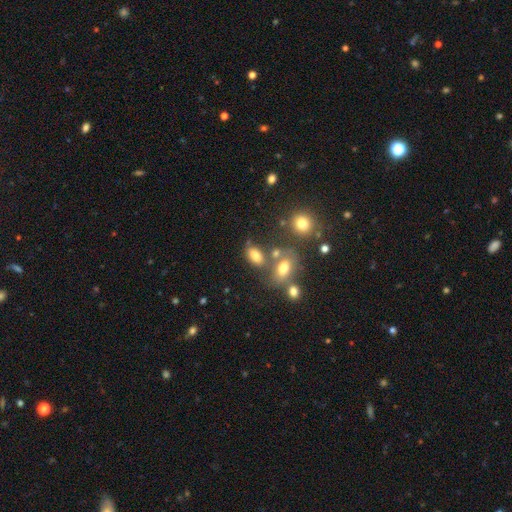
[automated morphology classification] Q: Smooth or featured?
A: smooth (75%); runner-up: star or artifact (14%)
Q: How rounded?
A: in between (86%); runner-up: round (12%)
Q: Merging?
A: none (58%); runner-up: merger (22%)